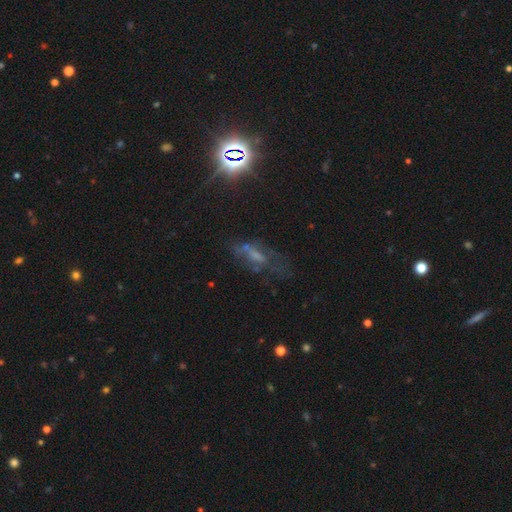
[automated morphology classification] Smooth or featured? Predicted: featured or disk (p=0.44). Merging? Predicted: none (p=0.43).